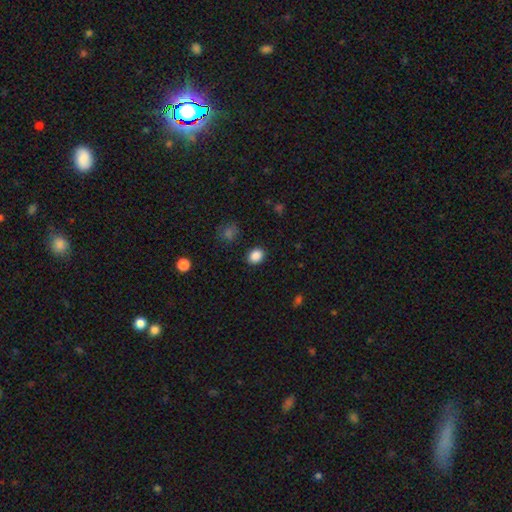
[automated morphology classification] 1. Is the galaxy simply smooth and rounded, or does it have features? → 87% smooth, 9% star or artifact, 3% featured or disk.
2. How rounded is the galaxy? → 51% round, 48% in between, 1% cigar-shaped.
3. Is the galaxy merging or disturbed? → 88% none, 8% minor disturbance, 2% major disturbance, 2% merger.